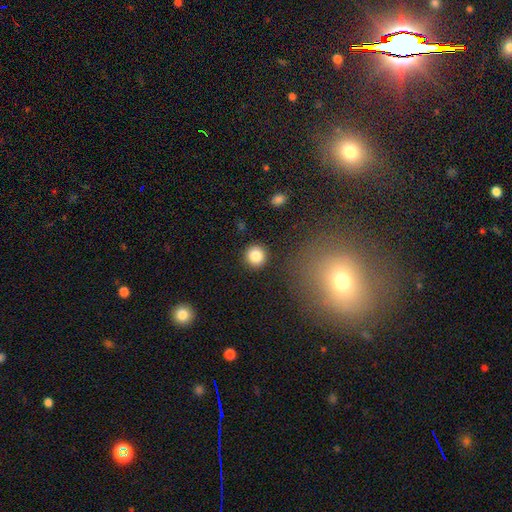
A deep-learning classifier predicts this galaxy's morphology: Smooth or featured?
  - smooth: 85% *
  - star or artifact: 10%
  - featured or disk: 5%
How rounded?
  - round: 93% *
  - in between: 6%
  - cigar-shaped: 1%
Merging?
  - none: 91% *
  - minor disturbance: 6%
  - major disturbance: 2%
  - merger: 2%